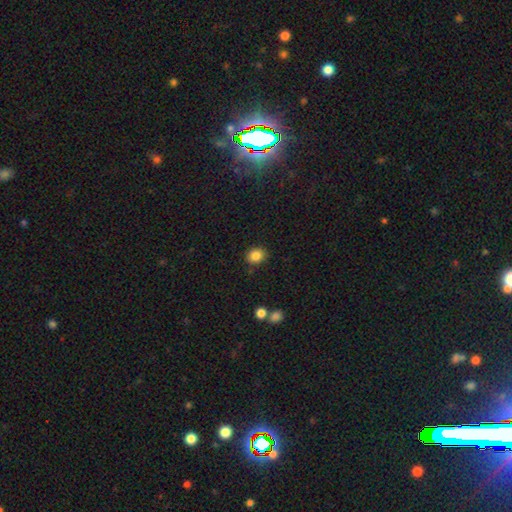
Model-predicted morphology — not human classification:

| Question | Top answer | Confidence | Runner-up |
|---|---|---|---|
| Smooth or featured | smooth | 85% | star or artifact (10%) |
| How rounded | round | 65% | in between (34%) |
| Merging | none | 87% | minor disturbance (9%) |